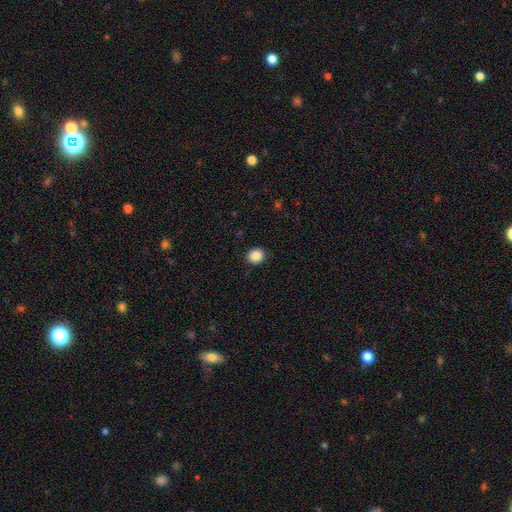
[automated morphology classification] Smooth or featured? smooth (88%)
How rounded? round (80%)
Merging? none (90%)